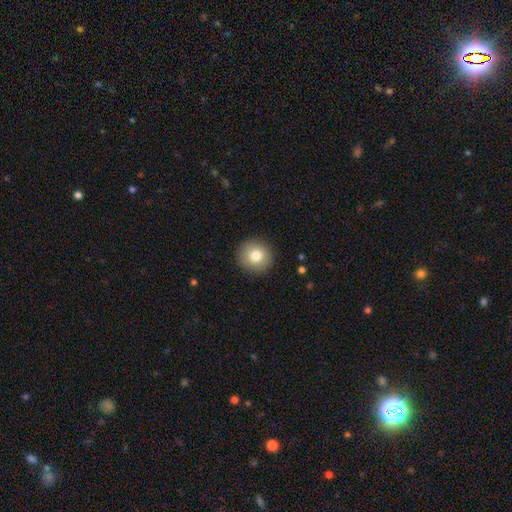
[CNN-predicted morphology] A smooth galaxy with no disk features (80%) that is round (94%).

Vote fractions:
- Smooth or featured? smooth: 80% / featured or disk: 11% / star or artifact: 9%
- How rounded? round: 94% / in between: 5% / cigar-shaped: 1%
- Merging? none: 91% / minor disturbance: 6% / major disturbance: 2% / merger: 1%